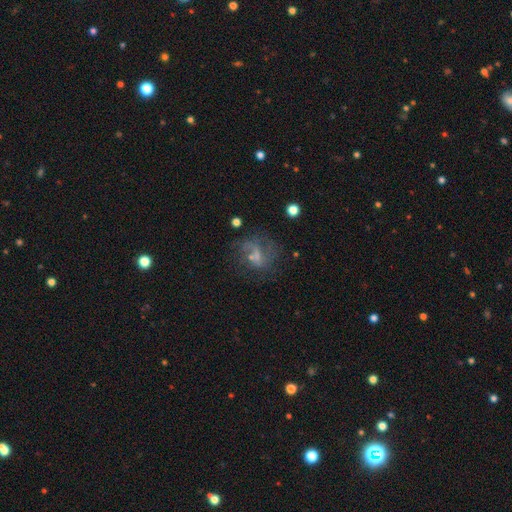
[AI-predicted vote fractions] Overall: featured or disk (50%; smooth 28%). Edge-on disk: no (96%). Merging: none (46%; major disturbance 29%).